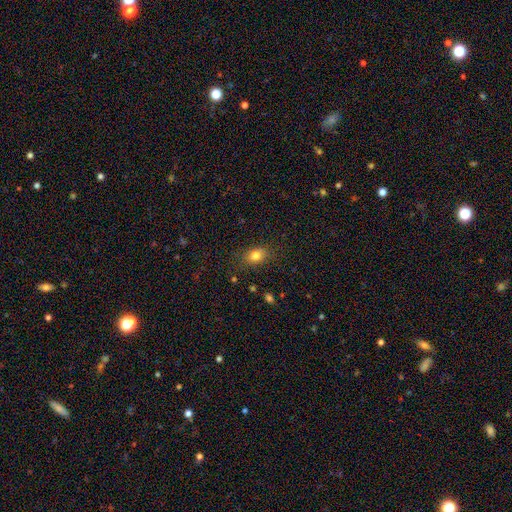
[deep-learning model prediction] Morphology: type=smooth (80%); roundness=in between (69%); merging=none (83%).